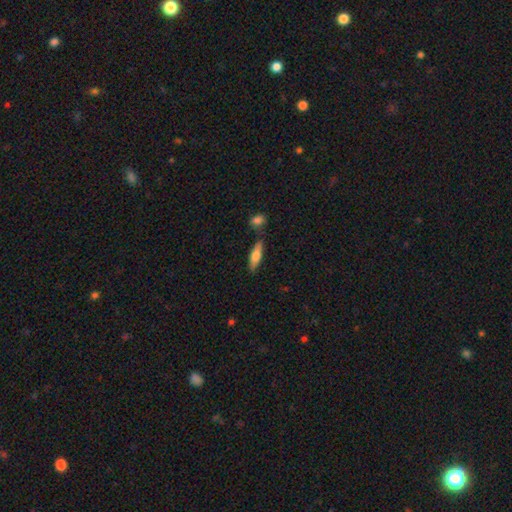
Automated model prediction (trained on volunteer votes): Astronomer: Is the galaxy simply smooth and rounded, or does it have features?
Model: smooth — 65%.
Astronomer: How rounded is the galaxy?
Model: cigar-shaped — 59% (runner-up: in between, 39%).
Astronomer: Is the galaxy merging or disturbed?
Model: none — 75%.